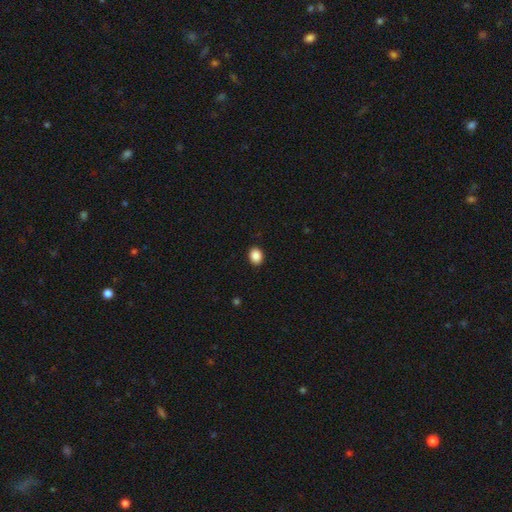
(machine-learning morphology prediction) Q: Smooth or featured?
A: smooth (88%); runner-up: star or artifact (9%)
Q: How rounded?
A: in between (51%); runner-up: round (48%)
Q: Merging?
A: none (91%); runner-up: minor disturbance (6%)